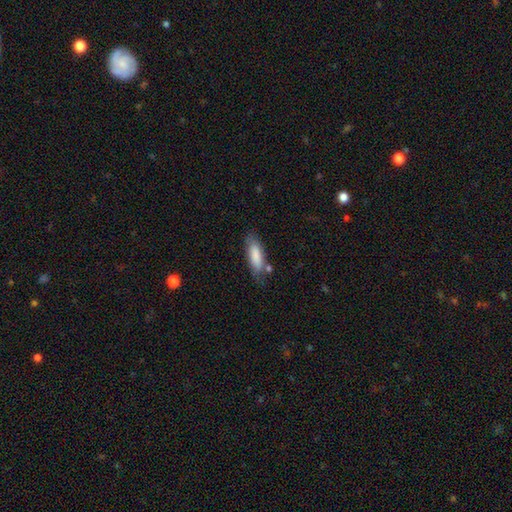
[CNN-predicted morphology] A smooth galaxy with no disk features (84%) that is in between round and cigar-shaped (58%).

Vote fractions:
- Smooth or featured? smooth: 84% / featured or disk: 11% / star or artifact: 6%
- How rounded? in between: 58% / cigar-shaped: 40% / round: 2%
- Merging? none: 67% / minor disturbance: 20% / merger: 7% / major disturbance: 5%